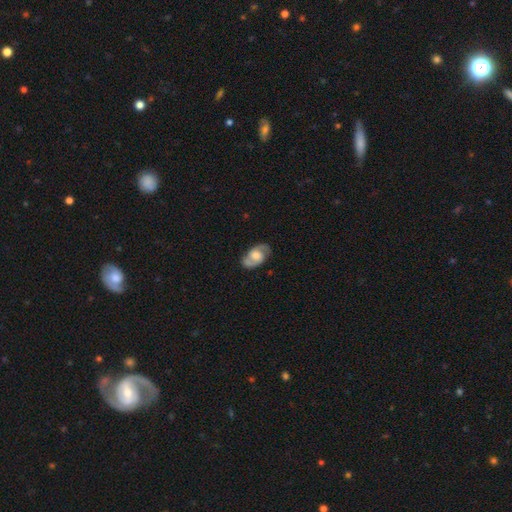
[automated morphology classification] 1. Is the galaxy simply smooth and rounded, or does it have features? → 72% featured or disk, 22% smooth, 6% star or artifact.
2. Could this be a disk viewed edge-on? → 95% no, 5% yes.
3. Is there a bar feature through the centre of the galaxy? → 52% no, 39% weak, 9% strong.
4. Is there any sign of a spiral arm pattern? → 89% yes, 11% no.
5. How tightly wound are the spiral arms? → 52% medium, 26% tight, 22% loose.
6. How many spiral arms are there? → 89% 2, 6% can't tell, 2% 1, 1% 3, 1% 4, 1% more than 4.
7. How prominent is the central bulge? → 45% moderate, 32% large, 15% small, 6% none, 2% dominant.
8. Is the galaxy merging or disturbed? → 79% none, 15% minor disturbance, 4% major disturbance, 2% merger.